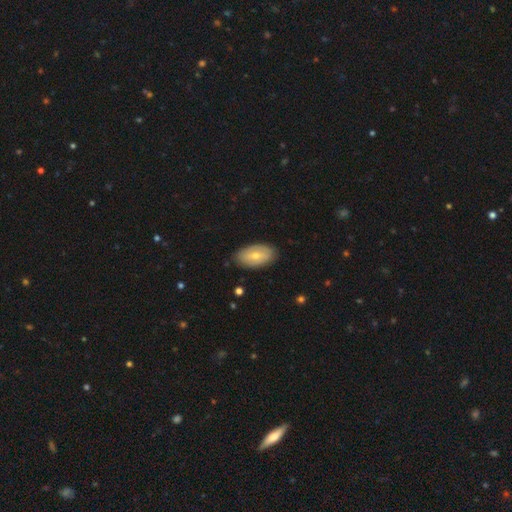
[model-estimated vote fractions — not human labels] Smooth or featured: smooth — 60% (featured or disk — 34%)
How rounded: in between — 94% (round — 4%)
Merging: none — 85% (minor disturbance — 12%)